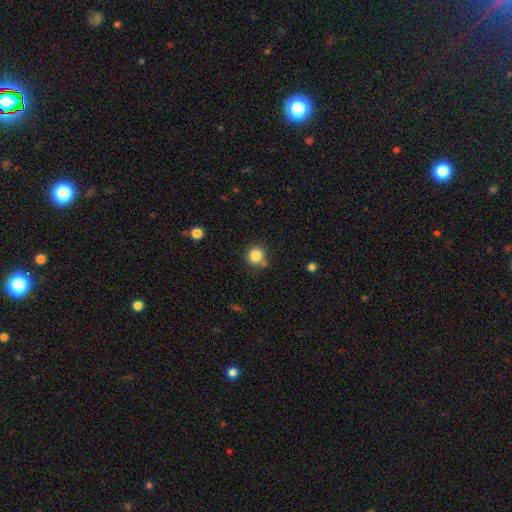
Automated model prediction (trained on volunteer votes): Smooth or featured?
  - smooth: 84% *
  - star or artifact: 11%
  - featured or disk: 5%
How rounded?
  - round: 90% *
  - in between: 9%
  - cigar-shaped: 1%
Merging?
  - none: 75% *
  - minor disturbance: 13%
  - merger: 9%
  - major disturbance: 4%